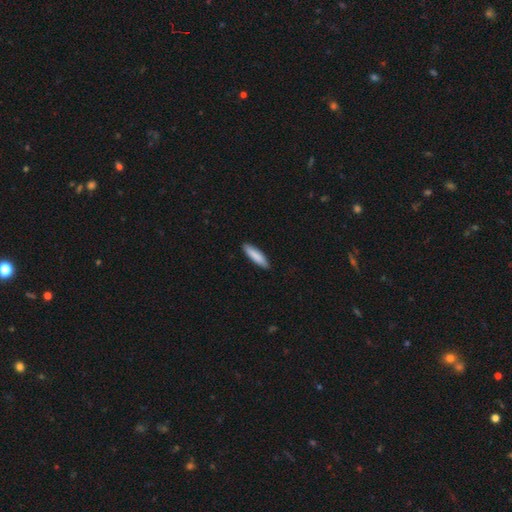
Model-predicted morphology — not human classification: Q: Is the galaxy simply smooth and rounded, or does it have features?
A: smooth — 86%.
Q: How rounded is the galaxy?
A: cigar-shaped — 77%.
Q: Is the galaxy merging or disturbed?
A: none — 89%.